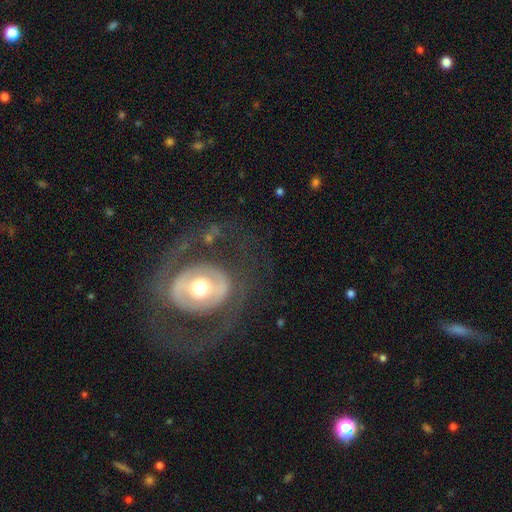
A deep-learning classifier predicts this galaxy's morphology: type=featured or disk (72%); edge-on=no (95%); bar=no (51%); spiral arms=no (56%); bulge=moderate (68%); merging=none (69%).